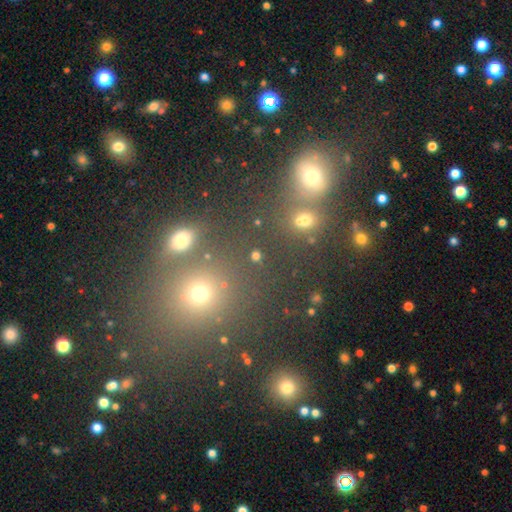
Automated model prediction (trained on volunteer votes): A smooth galaxy with no disk features (66%) that is round (82%). Merging: none (80%).